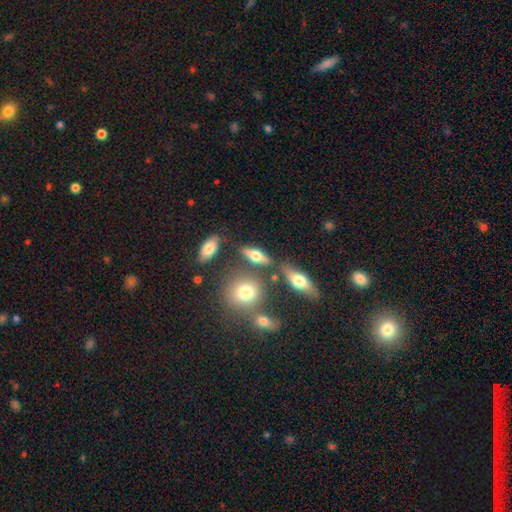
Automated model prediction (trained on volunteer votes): This appears to be a smooth galaxy with no disk features (52%) that is in between round and cigar-shaped (56%). Merging: none (72%).